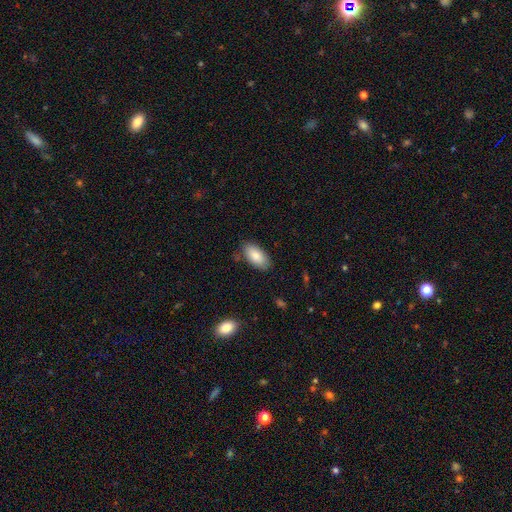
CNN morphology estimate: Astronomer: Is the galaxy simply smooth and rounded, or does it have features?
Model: smooth — 85%.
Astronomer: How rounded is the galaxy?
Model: in between — 94%.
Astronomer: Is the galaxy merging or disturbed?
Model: none — 81%.